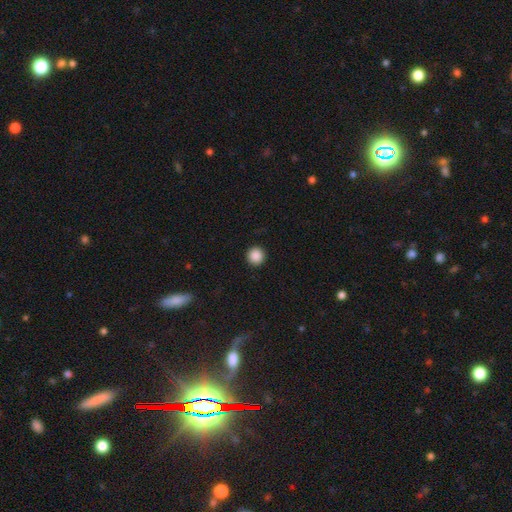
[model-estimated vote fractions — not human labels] This is clearly a smooth galaxy (88%). How rounded: clearly round (96%). Merging: clearly none (93%).